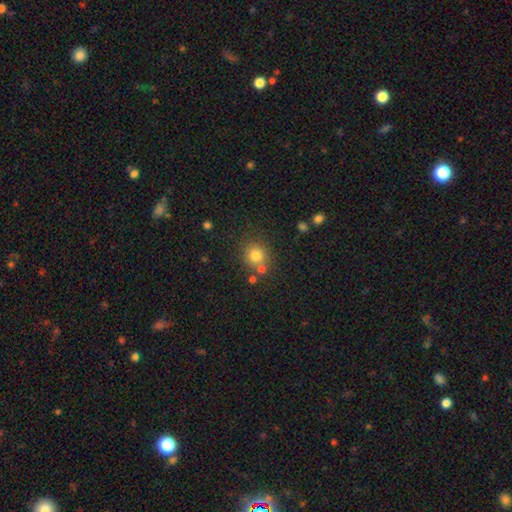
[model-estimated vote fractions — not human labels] Smooth or featured? smooth (78%)
How rounded? round (88%)
Merging? none (69%)